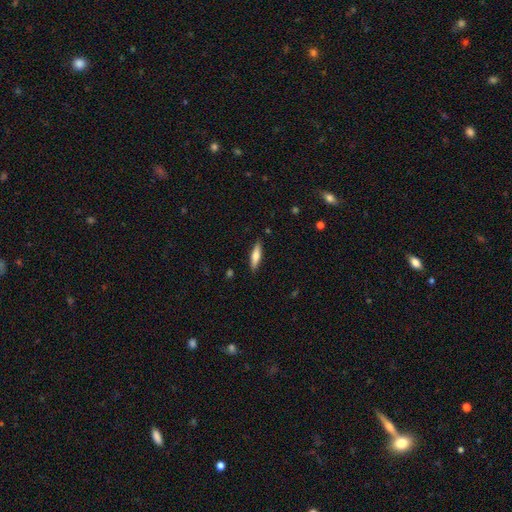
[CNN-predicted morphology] smooth_or_featured: smooth (p=0.66) [alt: featured or disk p=0.28]
how_rounded: cigar-shaped (p=0.70) [alt: in between p=0.29]
merging: none (p=0.88) [alt: minor disturbance p=0.09]